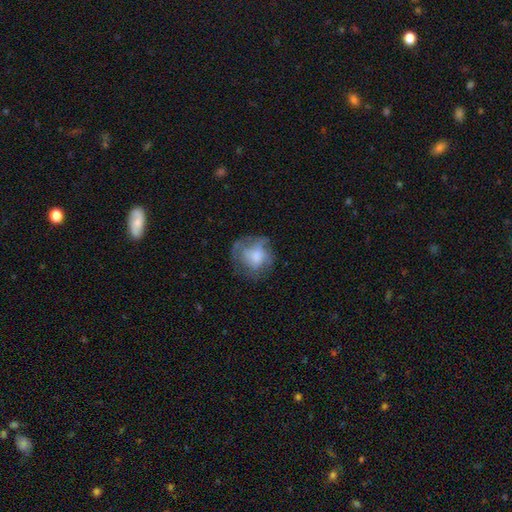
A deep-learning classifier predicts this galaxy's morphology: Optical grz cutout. It shows a smooth galaxy with no disk features (57%) that is round (76%). Merging: none (56%).